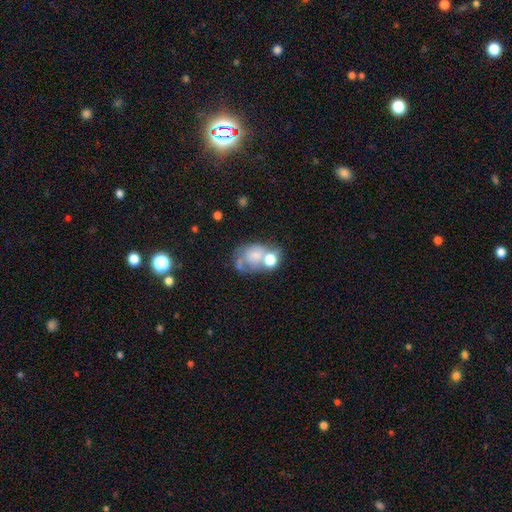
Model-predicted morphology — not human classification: Overall: smooth (50%; featured or disk 38%). How rounded: in between (60%; round 39%). Merging: merger (41%; none 24%).